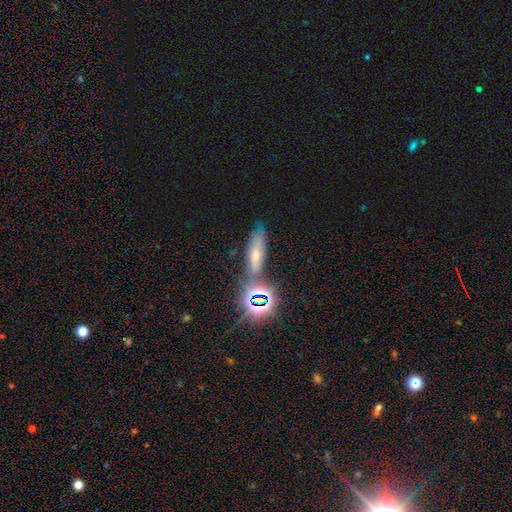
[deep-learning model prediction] A star or artifact, not a galaxy (41%).

Vote fractions:
- Smooth or featured? star or artifact: 41% / smooth: 36% / featured or disk: 23%